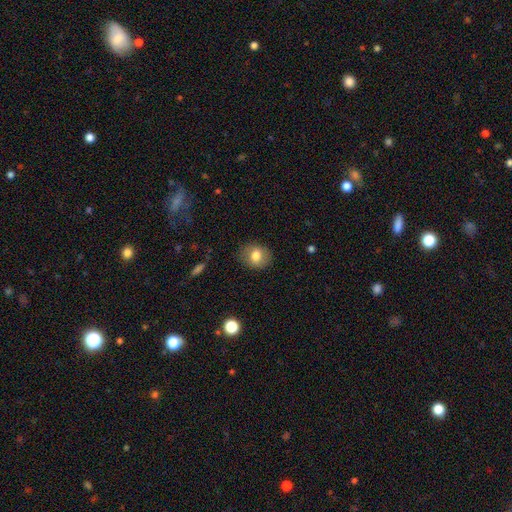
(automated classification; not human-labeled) smooth_or_featured: smooth (p=0.78) [alt: featured or disk p=0.13]
how_rounded: round (p=0.60) [alt: in between p=0.39]
merging: none (p=0.84) [alt: minor disturbance p=0.12]